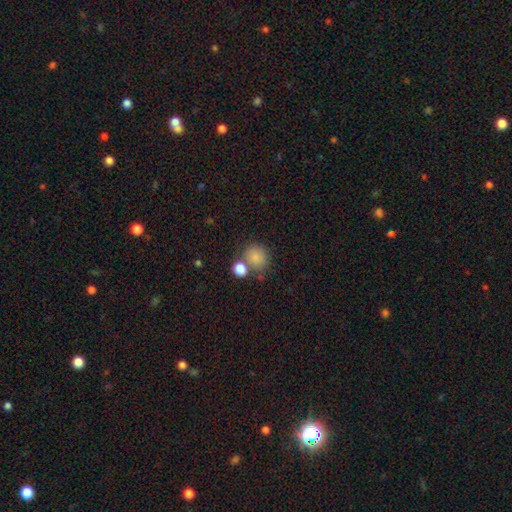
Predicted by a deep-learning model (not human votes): smooth-or-featured: smooth: 82% | star or artifact: 12% | featured or disk: 6%
  how-rounded: round: 72% | in between: 27% | cigar-shaped: 1%
  merging: none: 58% | merger: 24% | minor disturbance: 13% | major disturbance: 5%